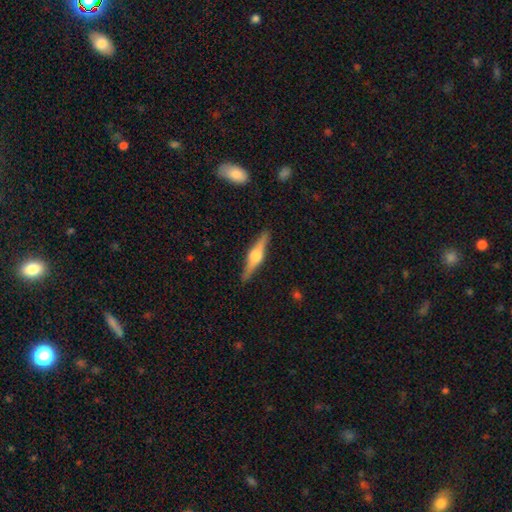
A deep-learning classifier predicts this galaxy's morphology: A featured or disk galaxy (78%) viewed edge-on (98%) with a rounded central bulge (94%).

Vote fractions:
- Smooth or featured? featured or disk: 78% / smooth: 17% / star or artifact: 5%
- Edge-on disk? yes: 98% / no: 2%
- Edge-on bulge? rounded: 94% / boxy: 4% / none: 2%
- Merging? none: 91% / minor disturbance: 7% / major disturbance: 1% / merger: 1%